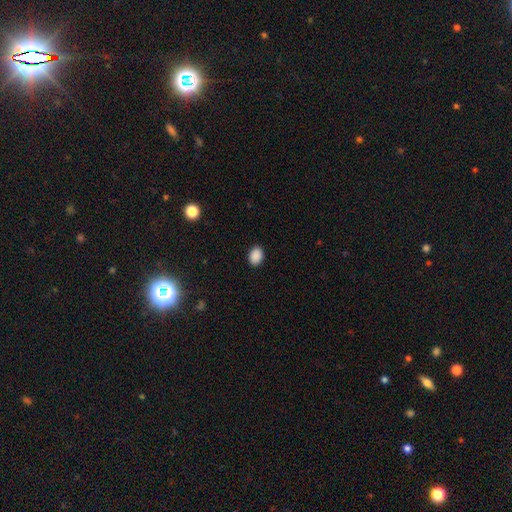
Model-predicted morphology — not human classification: smooth_or_featured: smooth (p=0.89) [alt: star or artifact p=0.09]
how_rounded: in between (p=0.71) [alt: round p=0.28]
merging: none (p=0.89) [alt: minor disturbance p=0.08]